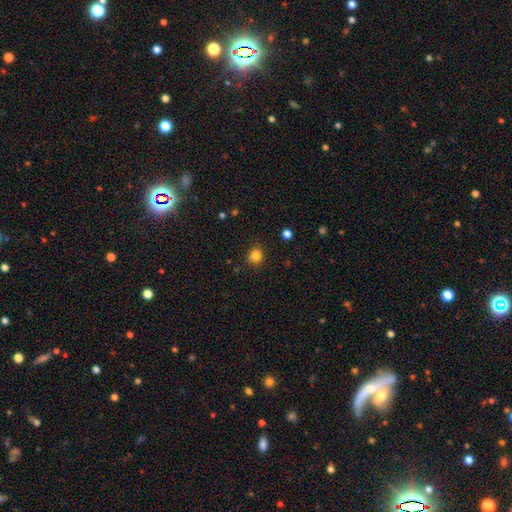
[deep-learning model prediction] This appears to be a smooth galaxy with no disk features (83%) that is round (82%). Merging: none (84%).